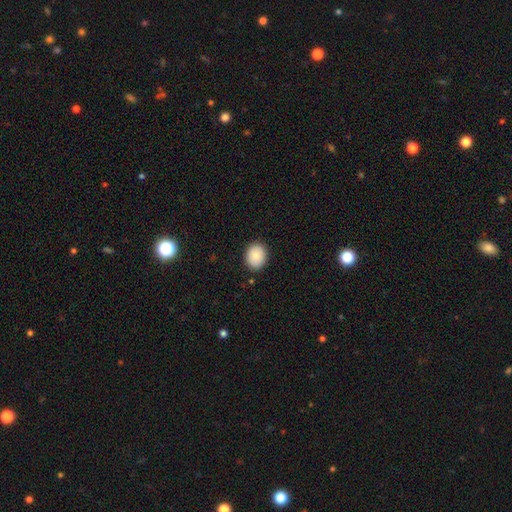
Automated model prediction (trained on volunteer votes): Overall: smooth (87%). How rounded: in between (53%; round 46%). Merging: none (88%).